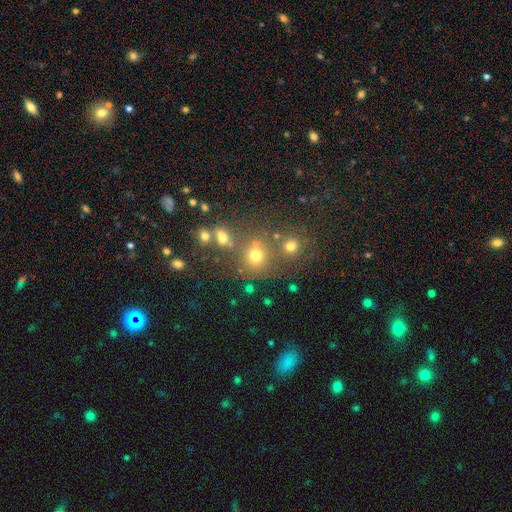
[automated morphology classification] Q: Smooth or featured?
A: smooth (69%); runner-up: star or artifact (22%)
Q: How rounded?
A: round (85%); runner-up: in between (14%)
Q: Merging?
A: none (64%); runner-up: merger (20%)